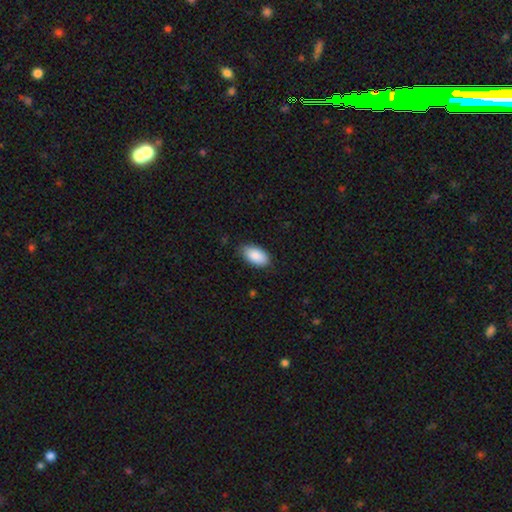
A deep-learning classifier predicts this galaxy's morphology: This appears to be a smooth galaxy with no disk features (88%) that is in between round and cigar-shaped (95%). Merging: none (82%).